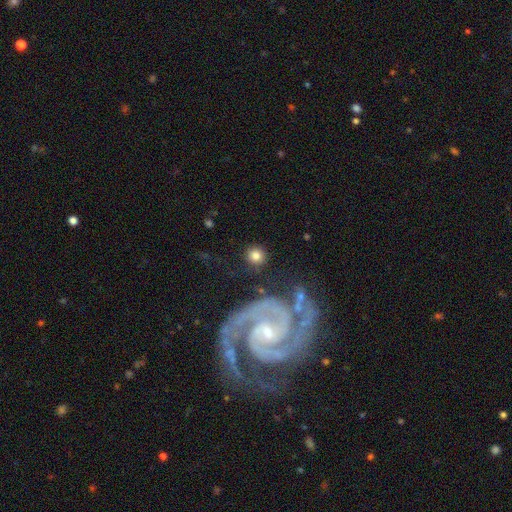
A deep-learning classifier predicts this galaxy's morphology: Overall: smooth (80%). How rounded: round (93%). Merging: none (84%).